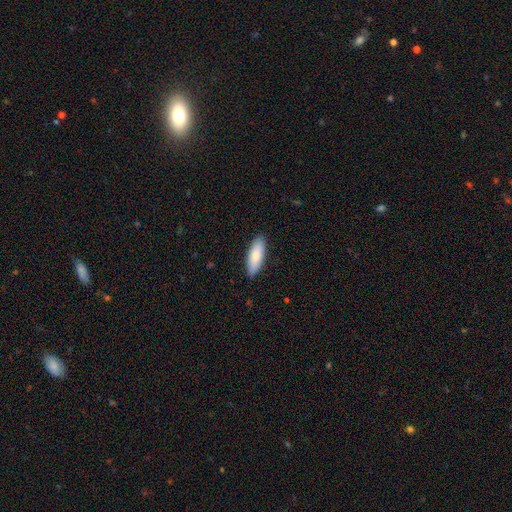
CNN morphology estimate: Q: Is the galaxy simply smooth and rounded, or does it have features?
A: smooth — 80%.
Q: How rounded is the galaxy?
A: in between — 64%.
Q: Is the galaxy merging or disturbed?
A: none — 89%.